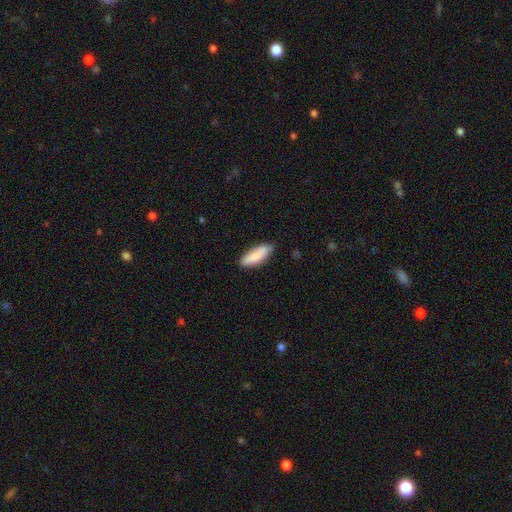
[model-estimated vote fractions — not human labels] This is clearly a smooth galaxy (85%). How rounded: likely in between (65%). Merging: likely none (79%).